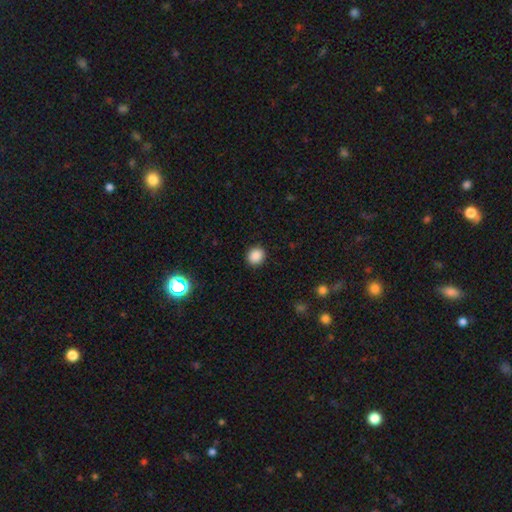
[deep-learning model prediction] Smooth or featured?
  - smooth: 87% *
  - star or artifact: 10%
  - featured or disk: 3%
How rounded?
  - round: 81% *
  - in between: 18%
  - cigar-shaped: 1%
Merging?
  - none: 91% *
  - minor disturbance: 6%
  - major disturbance: 2%
  - merger: 1%